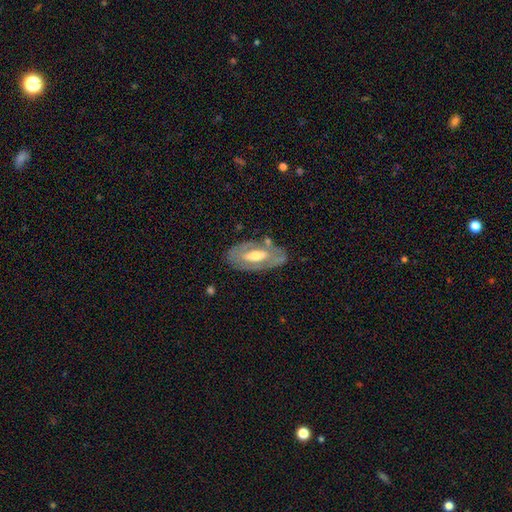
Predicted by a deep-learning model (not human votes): smooth_or_featured: featured or disk (p=0.65) [alt: smooth p=0.29]
disk_edge_on: no (p=0.85) [alt: yes p=0.15]
bar: no (p=0.45) [alt: weak p=0.31]
has_spiral_arms: no (p=0.65) [alt: yes p=0.35]
bulge_size: moderate (p=0.65) [alt: large p=0.17]
merging: none (p=0.70) [alt: minor disturbance p=0.18]